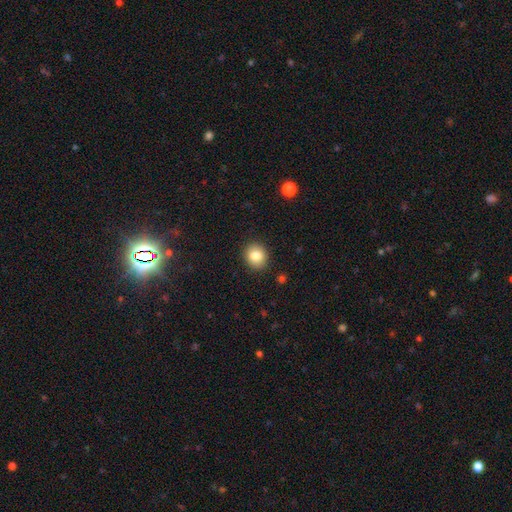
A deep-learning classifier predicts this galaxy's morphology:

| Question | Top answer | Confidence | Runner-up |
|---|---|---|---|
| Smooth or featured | smooth | 82% | star or artifact (9%) |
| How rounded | round | 75% | in between (24%) |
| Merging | none | 90% | minor disturbance (7%) |